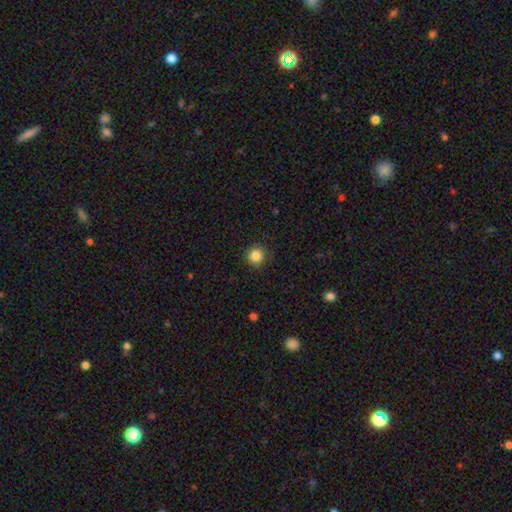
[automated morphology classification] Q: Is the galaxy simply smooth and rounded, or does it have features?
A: smooth — 86%.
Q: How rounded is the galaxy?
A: round — 93%.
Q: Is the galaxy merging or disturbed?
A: none — 88%.